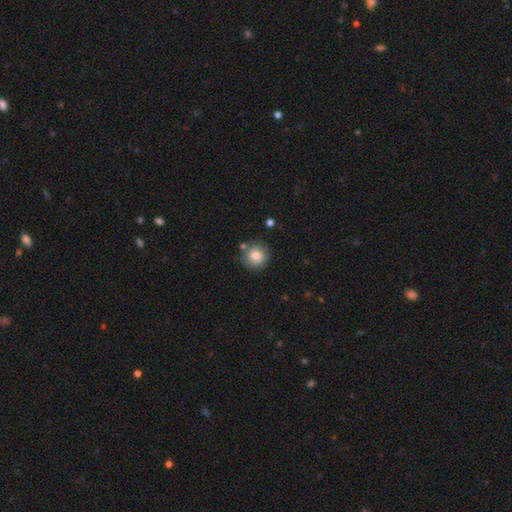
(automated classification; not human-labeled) smooth 79%, featured or disk 13%, star or artifact 9%. Down the decision tree: how rounded — round (91%); merging — none (76%).